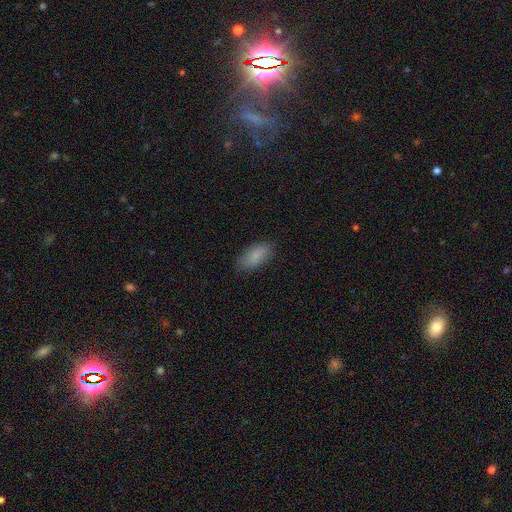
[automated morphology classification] This appears to be a smooth galaxy with no disk features (86%) that is in between round and cigar-shaped (88%). Merging: none (83%).